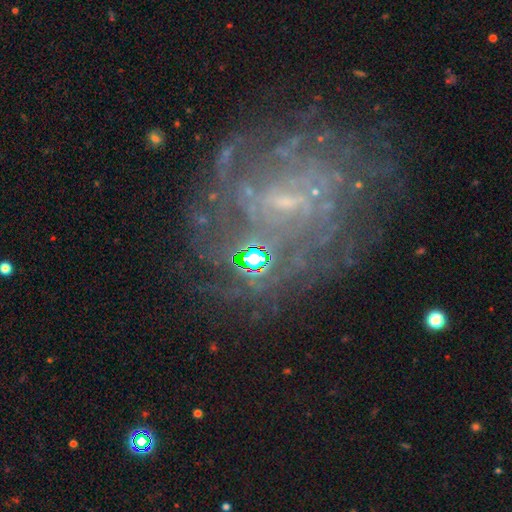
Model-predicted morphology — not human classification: Q: Smooth or featured?
A: featured or disk (74%); runner-up: star or artifact (16%)
Q: Edge-on disk?
A: no (97%); runner-up: yes (3%)
Q: Bar?
A: weak (50%); runner-up: no (33%)
Q: Spiral arms?
A: yes (80%); runner-up: no (20%)
Q: Spiral winding?
A: tight (55%); runner-up: medium (31%)
Q: Spiral arm count?
A: can't tell (54%); runner-up: 2 (11%)
Q: Bulge size?
A: small (65%); runner-up: none (19%)
Q: Merging?
A: none (62%); runner-up: major disturbance (17%)